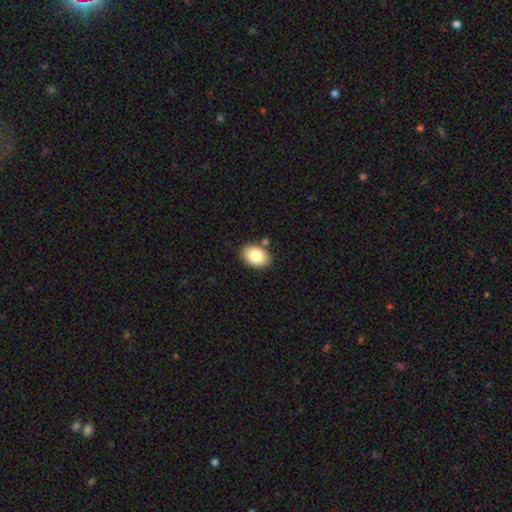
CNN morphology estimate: Smooth or featured? Predicted: smooth (p=0.82). How rounded? Predicted: in between (p=0.74). Merging? Predicted: none (p=0.83).